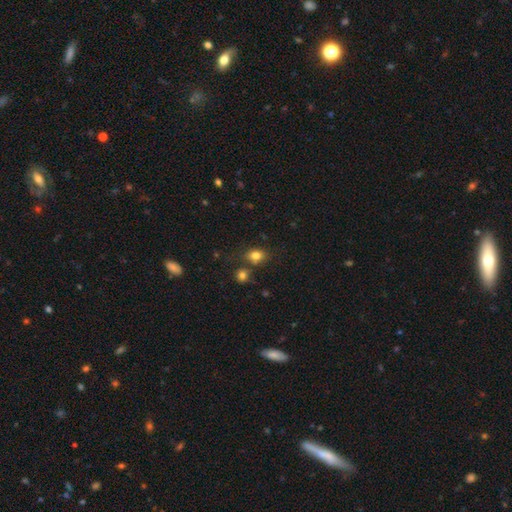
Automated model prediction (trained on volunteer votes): Smooth or featured? smooth (79%)
How rounded? in between (62%)
Merging? none (65%)